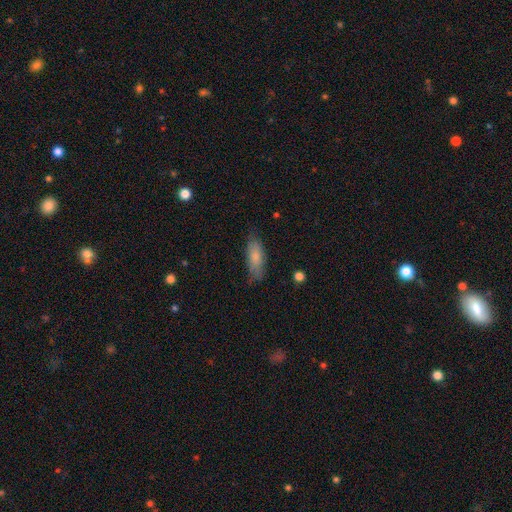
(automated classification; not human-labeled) smooth 77%, featured or disk 16%, star or artifact 6%. Down the decision tree: how rounded — in between (64%); merging — none (74%).